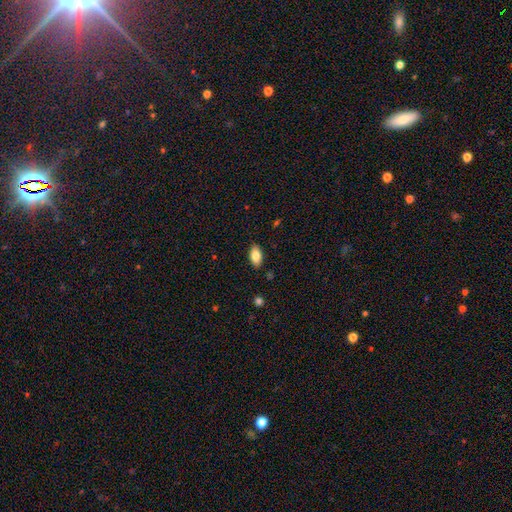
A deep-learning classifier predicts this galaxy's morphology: Smooth or featured: smooth — 83% (featured or disk — 9%)
How rounded: in between — 93% (cigar-shaped — 4%)
Merging: none — 88% (minor disturbance — 9%)